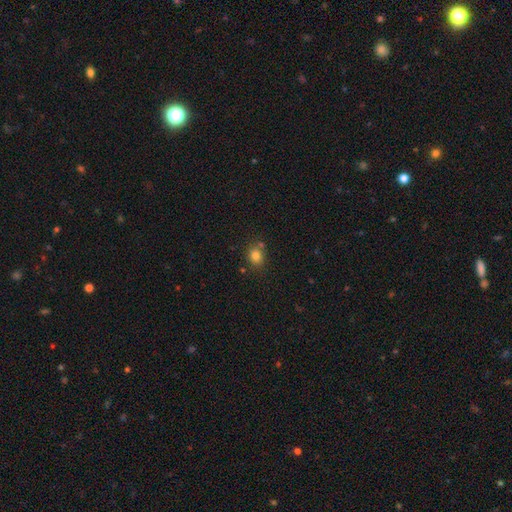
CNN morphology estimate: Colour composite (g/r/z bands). It shows a smooth galaxy with no disk features (81%) that is round (68%). Merging: none (72%).